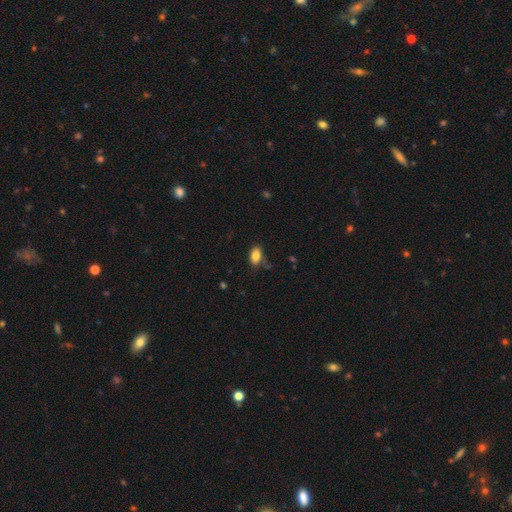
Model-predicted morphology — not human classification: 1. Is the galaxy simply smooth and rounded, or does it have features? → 85% smooth, 9% star or artifact, 6% featured or disk.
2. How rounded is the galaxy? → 91% in between, 6% round, 3% cigar-shaped.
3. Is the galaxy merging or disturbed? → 76% none, 17% minor disturbance, 4% major disturbance, 4% merger.